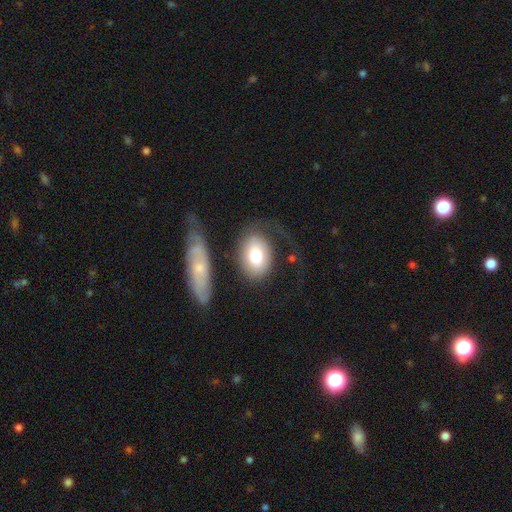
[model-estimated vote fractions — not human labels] A smooth galaxy with no disk features (71%) that is in between round and cigar-shaped (67%). Merging: none (58%).